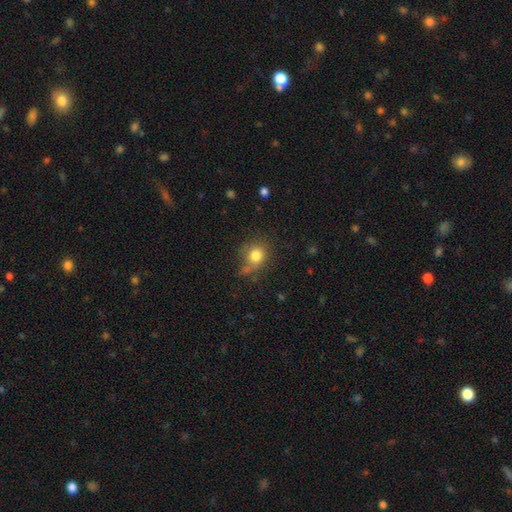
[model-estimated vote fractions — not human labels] Smooth or featured: smooth — 79% (star or artifact — 12%)
How rounded: round — 77% (in between — 22%)
Merging: none — 62% (minor disturbance — 21%)